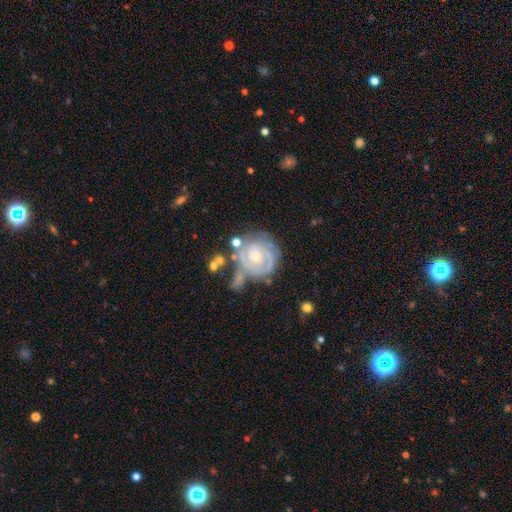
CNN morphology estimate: Smooth or featured: featured or disk — 84% (smooth — 10%)
Edge-on disk: no — 98% (yes — 2%)
Bar: no — 68% (weak — 26%)
Spiral arms: yes — 93% (no — 7%)
Spiral winding: tight — 71% (medium — 24%)
Spiral arm count: 2 — 50% (can't tell — 23%)
Bulge size: small — 55% (moderate — 38%)
Merging: none — 53% (minor disturbance — 22%)